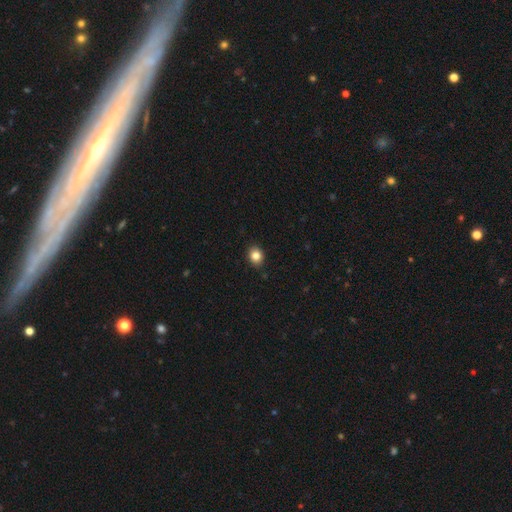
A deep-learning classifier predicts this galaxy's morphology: A smooth galaxy with no disk features (85%) that is round (56%).

Vote fractions:
- Smooth or featured? smooth: 85% / star or artifact: 10% / featured or disk: 5%
- How rounded? round: 56% / in between: 43% / cigar-shaped: 1%
- Merging? none: 89% / minor disturbance: 9% / major disturbance: 2% / merger: 1%